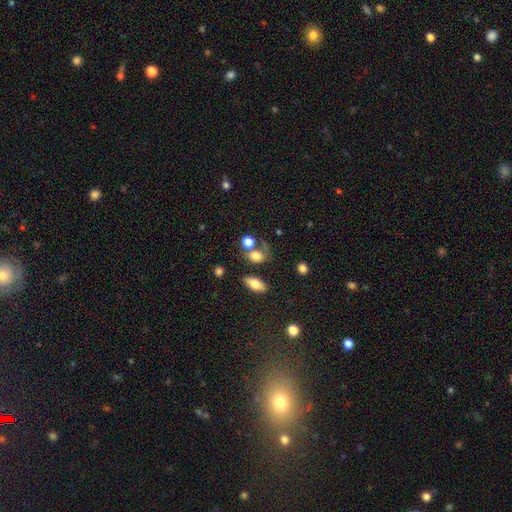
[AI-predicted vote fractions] This appears to be a smooth galaxy with no disk features (77%) that is round (56%). Merging: none (46%).